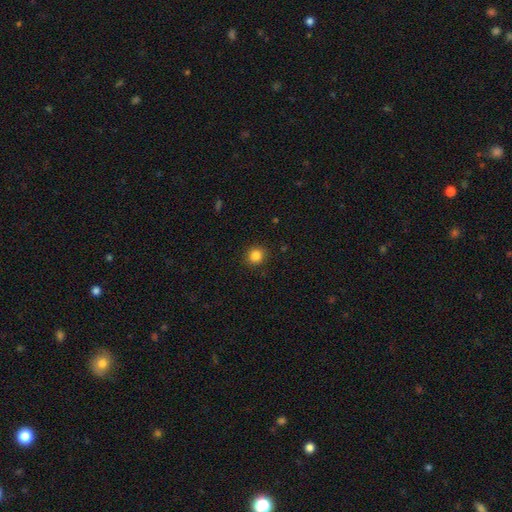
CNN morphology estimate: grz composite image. It shows a smooth galaxy with no disk features (85%) that is round (89%). Merging: none (91%).